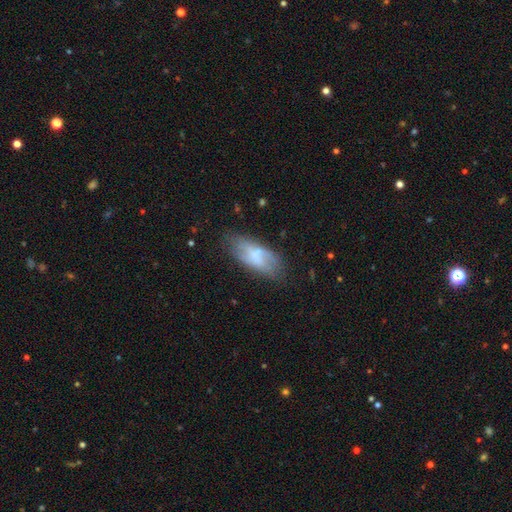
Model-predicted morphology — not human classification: smooth-or-featured: smooth: 54% | featured or disk: 38% | star or artifact: 8%
  how-rounded: in between: 83% | cigar-shaped: 14% | round: 3%
  merging: none: 57% | minor disturbance: 27% | major disturbance: 11% | merger: 4%